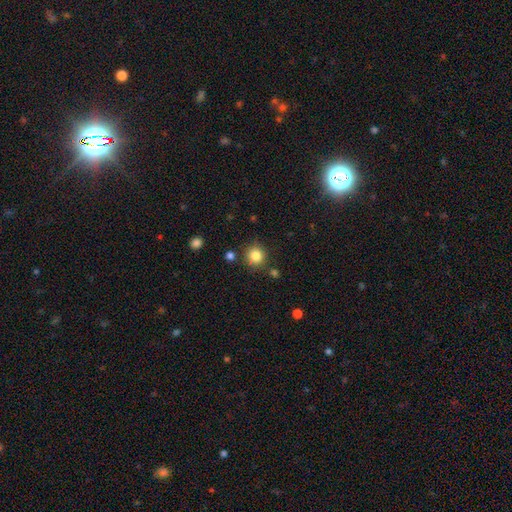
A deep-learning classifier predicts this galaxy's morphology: A smooth galaxy with no disk features (84%) that is round (91%). Merging: none (83%).